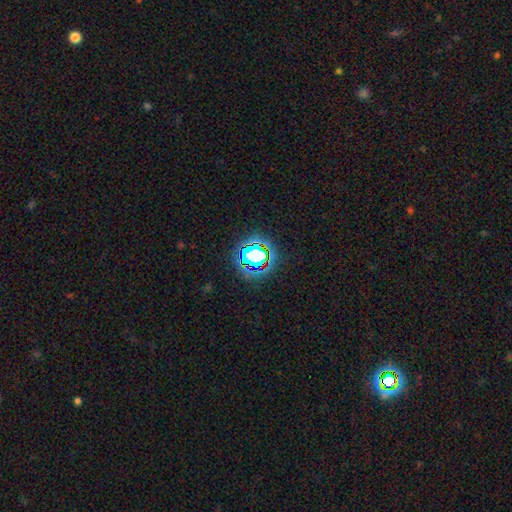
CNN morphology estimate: Smooth or featured: star or artifact — 61% (smooth — 26%)